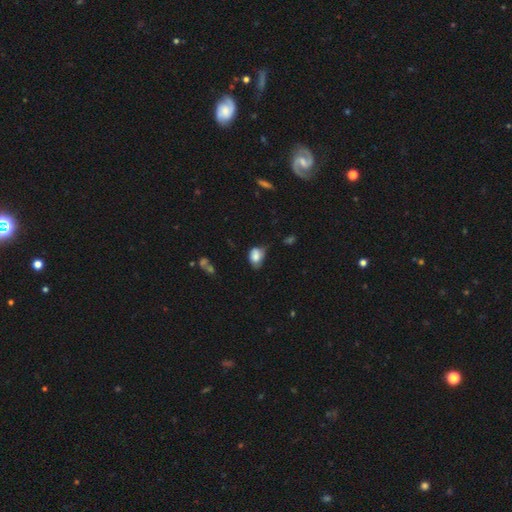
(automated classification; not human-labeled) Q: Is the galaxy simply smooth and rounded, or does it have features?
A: smooth — 78%.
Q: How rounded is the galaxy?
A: in between — 74%.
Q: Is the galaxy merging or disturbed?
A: minor disturbance — 44%.